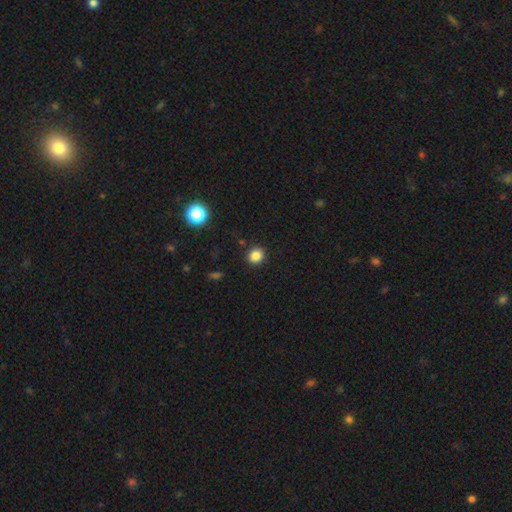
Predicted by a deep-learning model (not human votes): Q: Smooth or featured?
A: smooth (84%); runner-up: star or artifact (12%)
Q: How rounded?
A: round (79%); runner-up: in between (20%)
Q: Merging?
A: none (91%); runner-up: minor disturbance (6%)